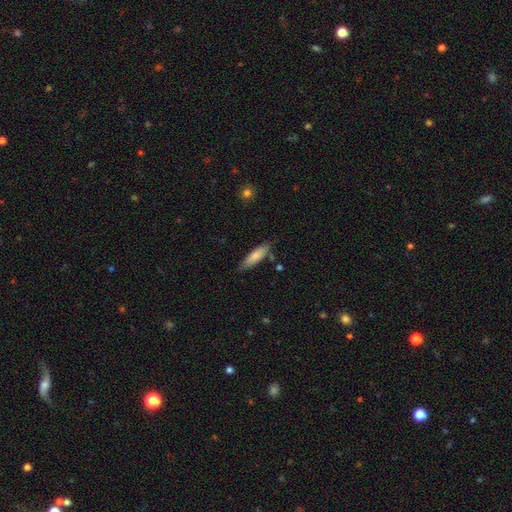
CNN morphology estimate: Q: Smooth or featured?
A: smooth (78%); runner-up: featured or disk (17%)
Q: How rounded?
A: cigar-shaped (57%); runner-up: in between (42%)
Q: Merging?
A: none (77%); runner-up: minor disturbance (17%)